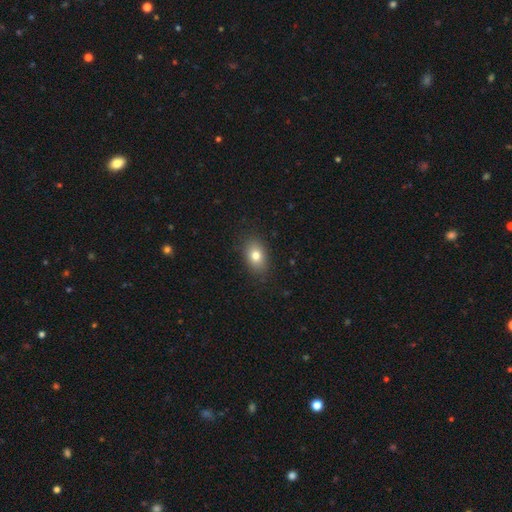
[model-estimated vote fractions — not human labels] A smooth galaxy with no disk features (78%) that is in between round and cigar-shaped (78%). Merging: none (86%).